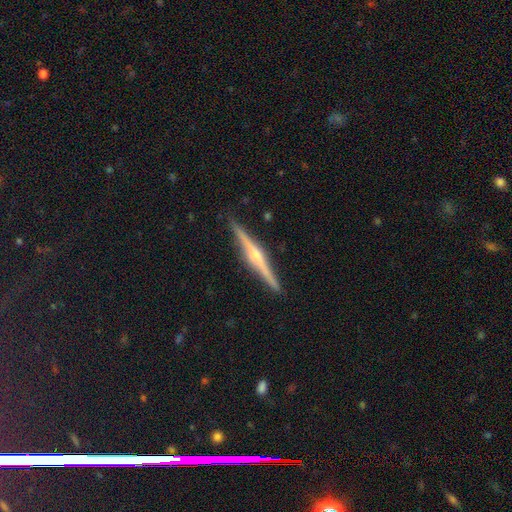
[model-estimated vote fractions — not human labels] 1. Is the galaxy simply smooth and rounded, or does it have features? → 82% featured or disk, 13% smooth, 5% star or artifact.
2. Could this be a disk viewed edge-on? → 98% yes, 2% no.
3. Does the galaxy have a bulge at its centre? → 81% rounded, 10% boxy, 9% none.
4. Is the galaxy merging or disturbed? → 91% none, 6% minor disturbance, 1% major disturbance, 1% merger.